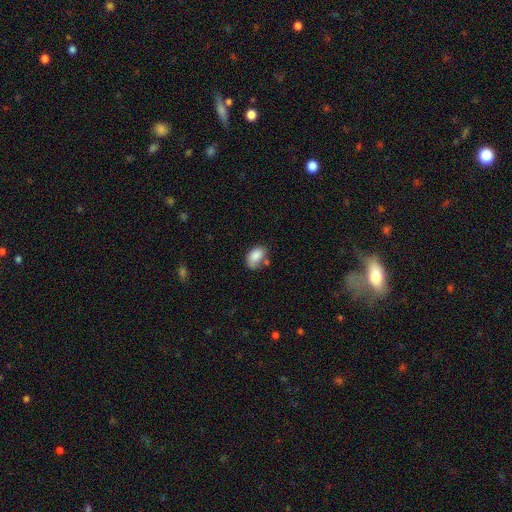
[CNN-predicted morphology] This appears to be a smooth galaxy with no disk features (85%) that is in between round and cigar-shaped (88%). Merging: none (55%).